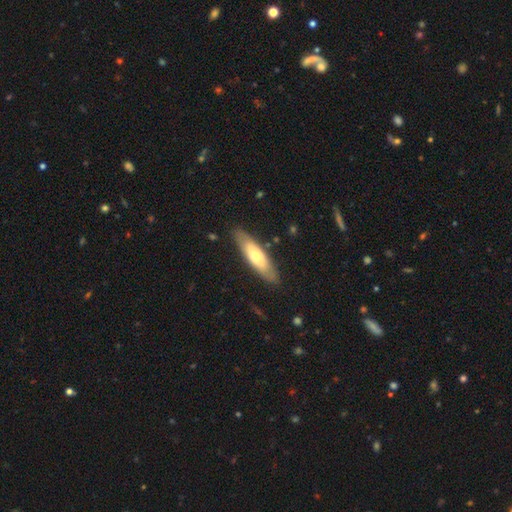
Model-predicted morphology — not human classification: A smooth galaxy with no disk features (59%) that is cigar-shaped (59%).

Vote fractions:
- Smooth or featured? smooth: 59% / featured or disk: 36% / star or artifact: 5%
- How rounded? cigar-shaped: 59% / in between: 39% / round: 2%
- Merging? none: 85% / minor disturbance: 11% / major disturbance: 2% / merger: 1%